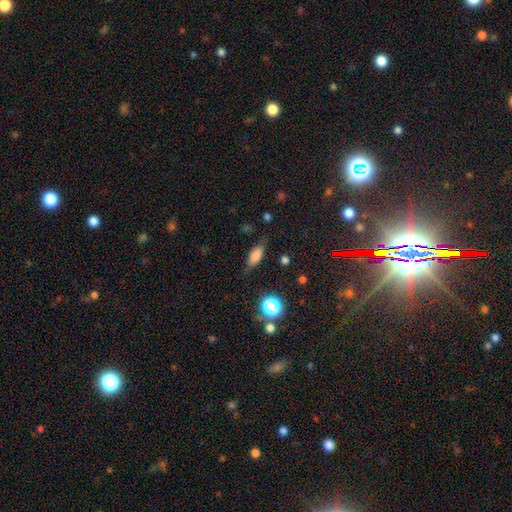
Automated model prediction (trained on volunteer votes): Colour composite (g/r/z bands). It shows a smooth galaxy with no disk features (75%) that is in between round and cigar-shaped (70%). Merging: none (75%).